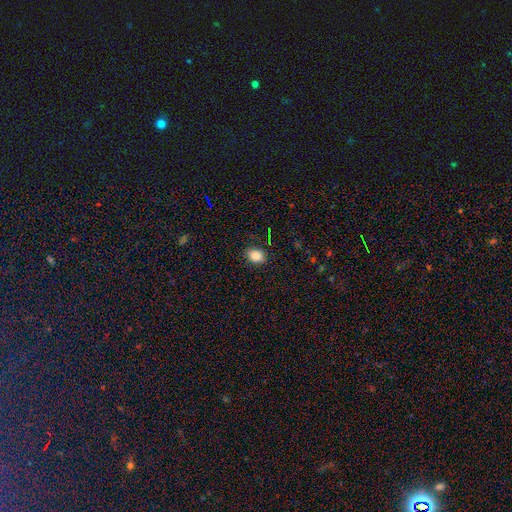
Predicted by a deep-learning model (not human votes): The model was most divided on "how rounded": in between: 60%, round: 39%, cigar-shaped: 1%. More confident: merging — none (87%); smooth or featured — smooth (84%).